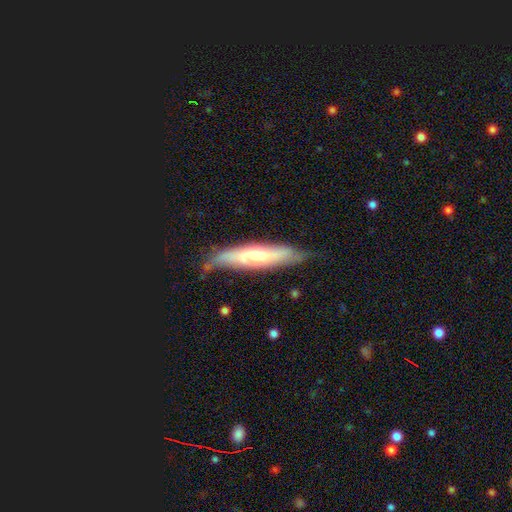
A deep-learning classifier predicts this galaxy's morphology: Overall: featured or disk (50%; smooth 45%). Merging: none (63%; minor disturbance 28%).